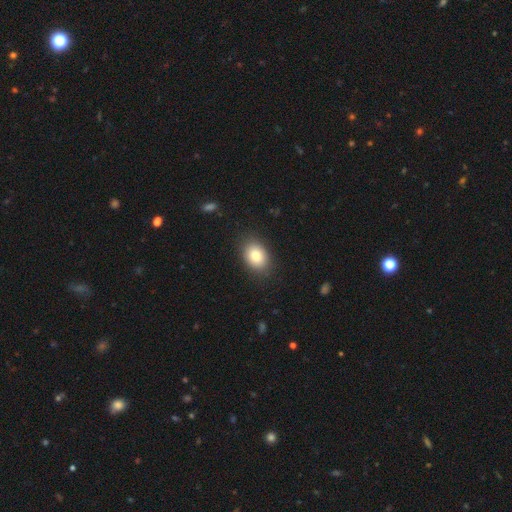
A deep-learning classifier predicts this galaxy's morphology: smooth-or-featured: smooth: 83% | featured or disk: 9% | star or artifact: 8%
  how-rounded: in between: 75% | round: 24% | cigar-shaped: 1%
  merging: none: 86% | minor disturbance: 10% | major disturbance: 3% | merger: 1%